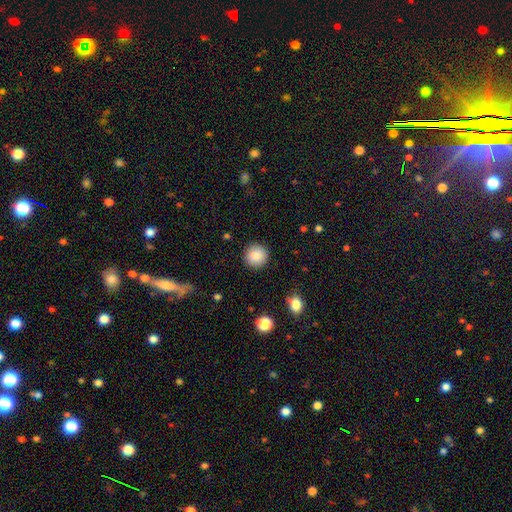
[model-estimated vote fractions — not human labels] smooth-or-featured: smooth: 87% | star or artifact: 8% | featured or disk: 5%
  how-rounded: round: 95% | in between: 5% | cigar-shaped: 1%
  merging: none: 92% | minor disturbance: 5% | major disturbance: 2% | merger: 1%